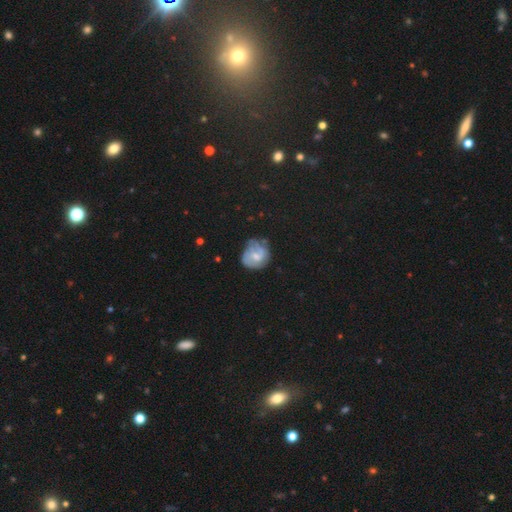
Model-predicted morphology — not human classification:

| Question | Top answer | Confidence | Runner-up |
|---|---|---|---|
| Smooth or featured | featured or disk | 56% | smooth (36%) |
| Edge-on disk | no | 98% | yes (2%) |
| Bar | no | 49% | weak (43%) |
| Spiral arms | yes | 78% | no (22%) |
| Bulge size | moderate | 46% | small (40%) |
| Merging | none | 53% | minor disturbance (30%) |